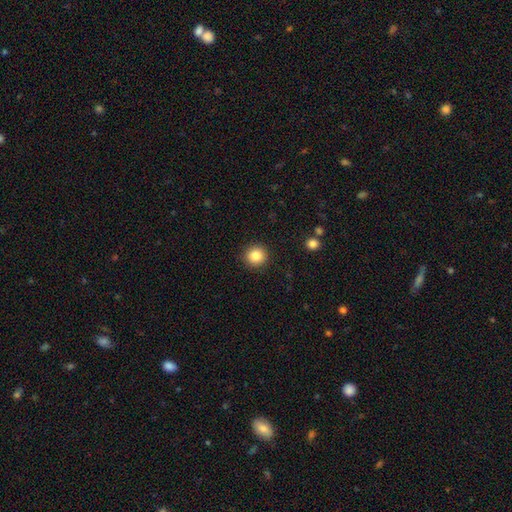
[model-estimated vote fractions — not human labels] The model was most divided on "smooth or featured": smooth: 85%, star or artifact: 10%, featured or disk: 5%. More confident: how rounded — round (93%); merging — none (92%).